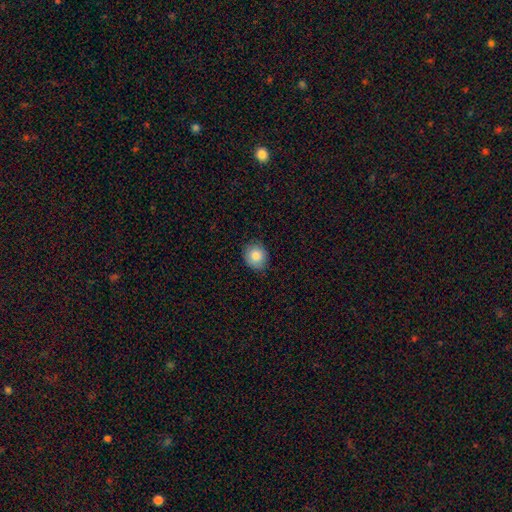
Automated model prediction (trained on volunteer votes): This is clearly a smooth galaxy (81%). How rounded: likely round (72%). Merging: clearly none (81%).